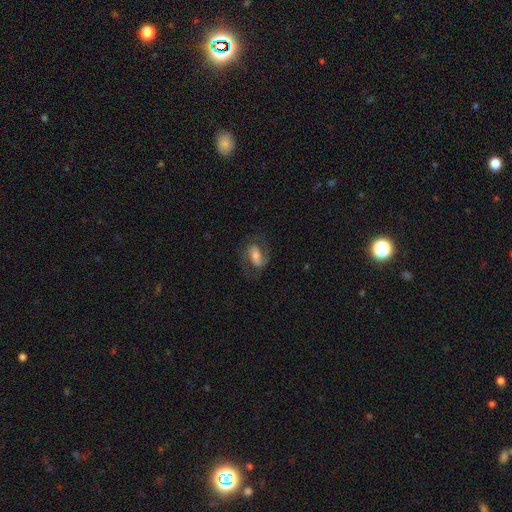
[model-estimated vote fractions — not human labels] smooth_or_featured: featured or disk (p=0.58) [alt: smooth p=0.34]
disk_edge_on: no (p=0.95) [alt: yes p=0.05]
bar: weak (p=0.35) [alt: strong p=0.34]
has_spiral_arms: yes (p=0.83) [alt: no p=0.17]
bulge_size: moderate (p=0.49) [alt: small p=0.35]
merging: none (p=0.67) [alt: minor disturbance p=0.17]